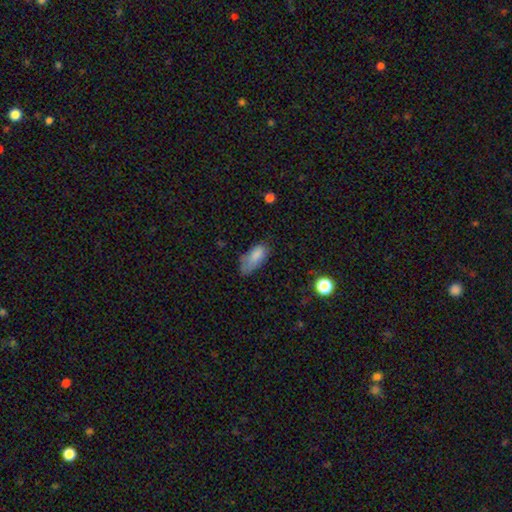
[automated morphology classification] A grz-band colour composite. It shows a smooth galaxy with no disk features (81%) that is in between round and cigar-shaped (85%). Merging: none (42%).